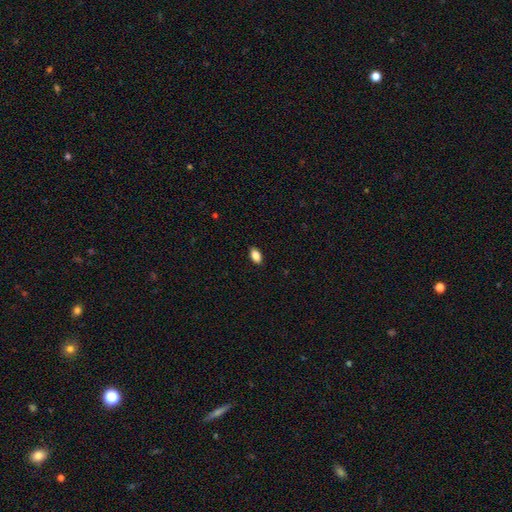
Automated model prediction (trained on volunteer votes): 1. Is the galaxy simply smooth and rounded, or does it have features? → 87% smooth, 8% star or artifact, 4% featured or disk.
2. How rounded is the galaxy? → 91% in between, 6% round, 3% cigar-shaped.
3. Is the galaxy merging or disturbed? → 89% none, 8% minor disturbance, 2% major disturbance, 1% merger.